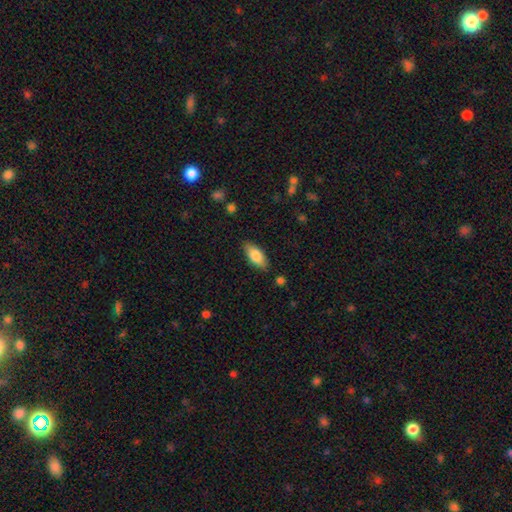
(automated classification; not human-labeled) A smooth galaxy with no disk features (81%) that is in between round and cigar-shaped (85%). Merging: none (84%).